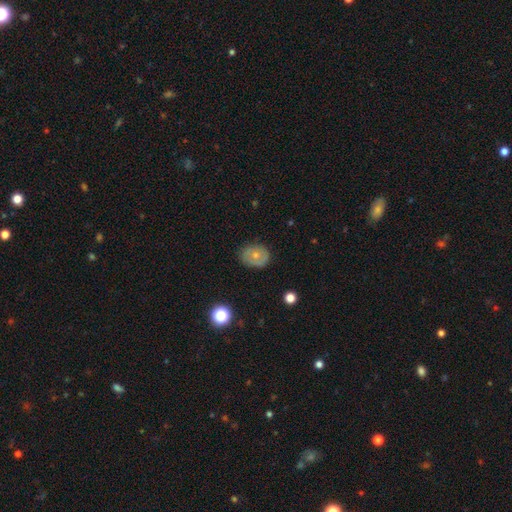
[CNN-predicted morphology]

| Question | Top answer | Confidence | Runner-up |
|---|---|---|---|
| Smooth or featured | smooth | 58% | featured or disk (33%) |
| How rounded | round | 53% | in between (46%) |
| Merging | none | 79% | minor disturbance (16%) |